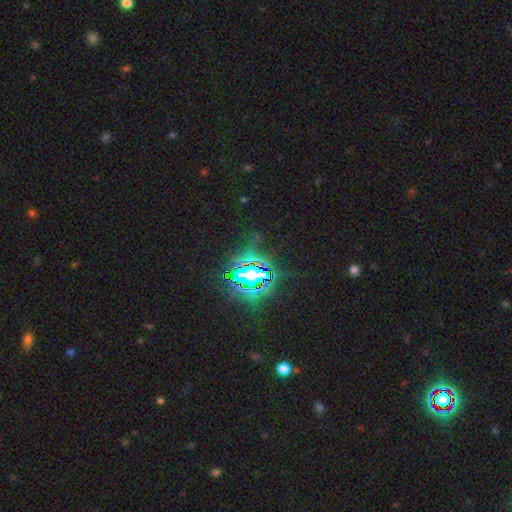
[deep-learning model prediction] The model was most divided on "smooth or featured": star or artifact: 86%, smooth: 8%, featured or disk: 6%.